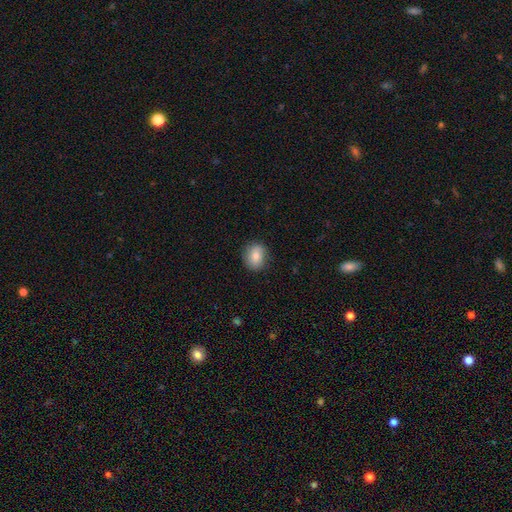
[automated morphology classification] Overall: smooth (79%). How rounded: round (60%; in between 39%). Merging: none (84%).